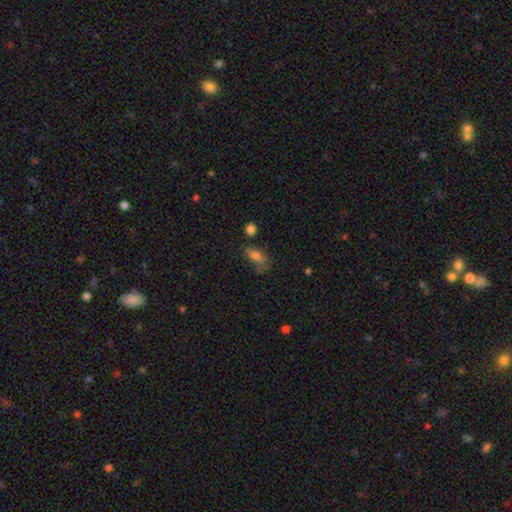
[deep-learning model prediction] Morphology: type=smooth (77%); roundness=in between (85%); merging=none (47%).